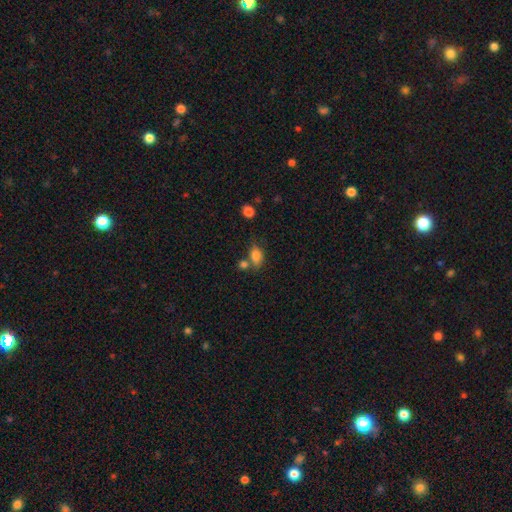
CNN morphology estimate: type=smooth (82%); roundness=in between (78%); merging=none (50%).